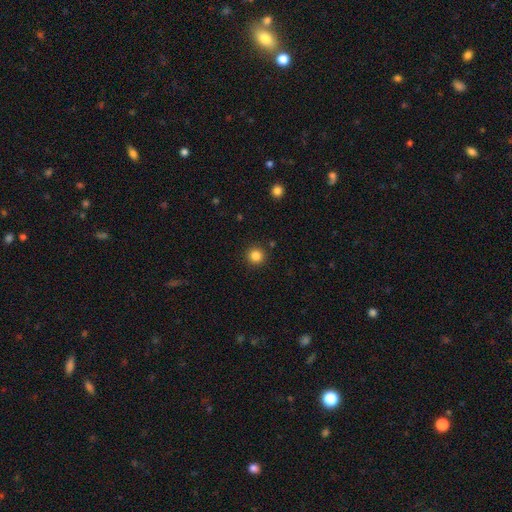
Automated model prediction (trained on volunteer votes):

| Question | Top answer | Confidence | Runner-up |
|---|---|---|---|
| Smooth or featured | smooth | 85% | star or artifact (11%) |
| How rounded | round | 95% | in between (4%) |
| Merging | none | 91% | minor disturbance (6%) |